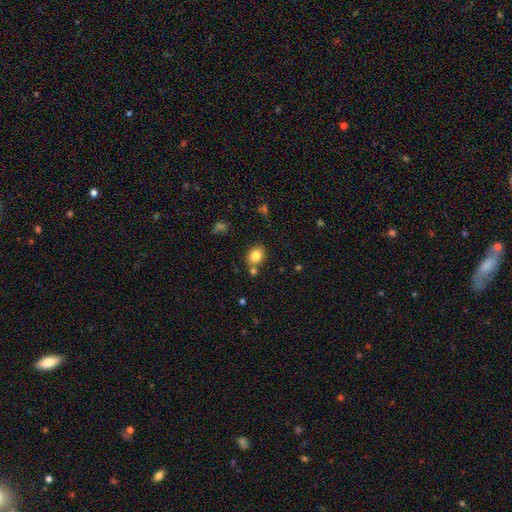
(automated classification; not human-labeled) This is clearly a smooth galaxy (83%). How rounded: possibly round (53%). Merging: likely none (72%).